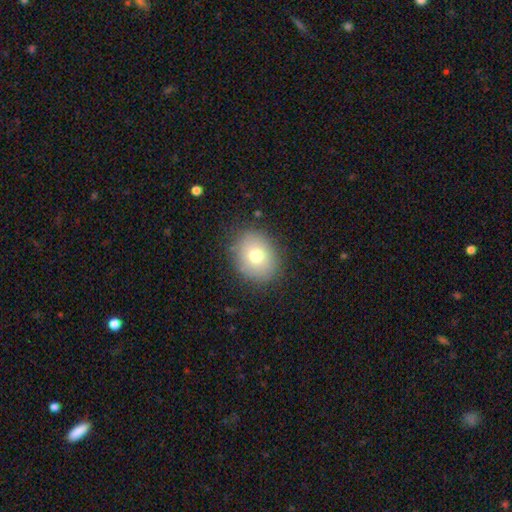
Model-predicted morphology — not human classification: smooth 74%, featured or disk 15%, star or artifact 11%. Down the decision tree: how rounded — round (55%); merging — none (85%).